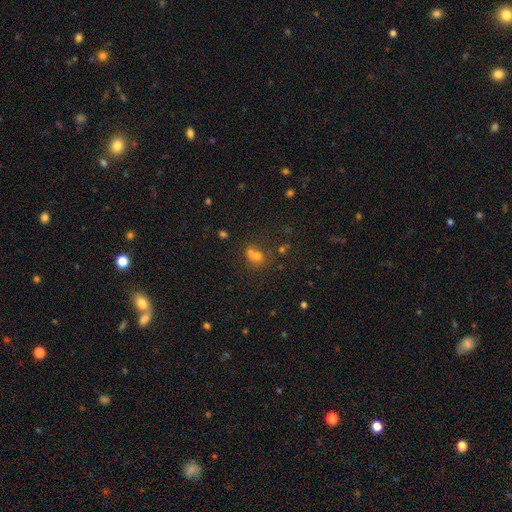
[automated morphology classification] Q: Smooth or featured?
A: smooth (59%); runner-up: star or artifact (26%)
Q: How rounded?
A: round (71%); runner-up: in between (28%)
Q: Merging?
A: merger (43%); runner-up: none (41%)